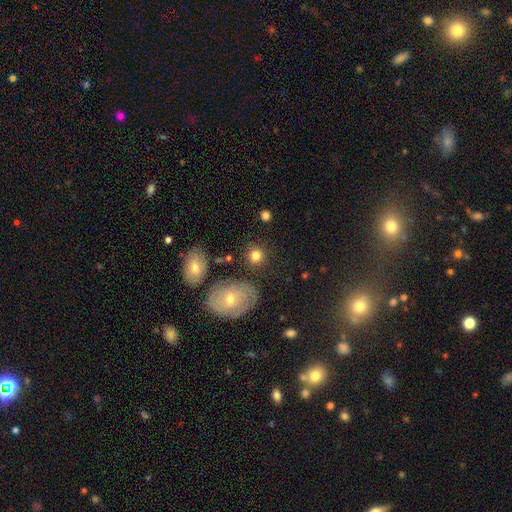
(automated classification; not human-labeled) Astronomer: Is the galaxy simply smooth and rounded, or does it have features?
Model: smooth — 82%.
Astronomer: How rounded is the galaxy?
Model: round — 87%.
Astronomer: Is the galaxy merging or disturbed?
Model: none — 85%.